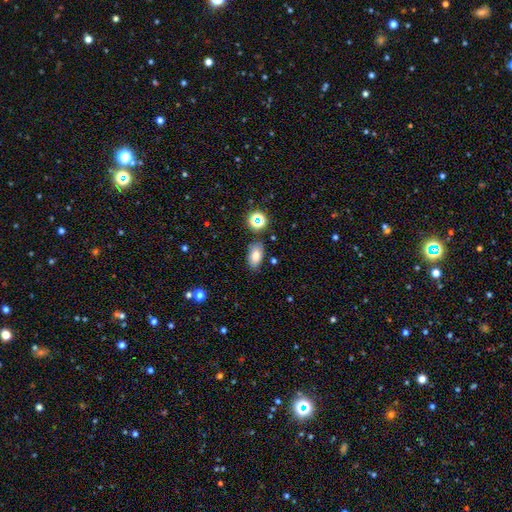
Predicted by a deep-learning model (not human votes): Smooth or featured: smooth — 78% (star or artifact — 12%)
How rounded: in between — 90% (round — 8%)
Merging: none — 80% (minor disturbance — 13%)